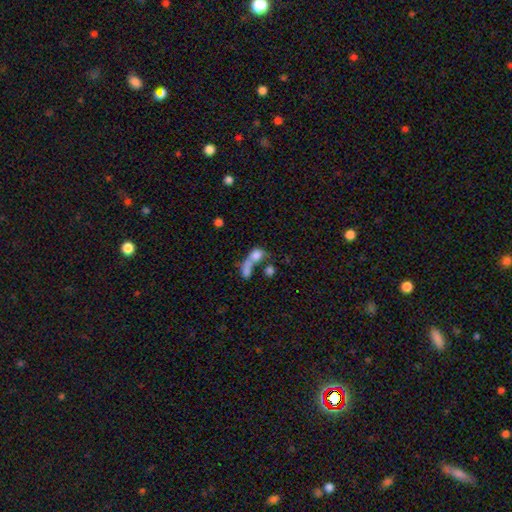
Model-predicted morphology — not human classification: Smooth or featured? smooth (69%)
How rounded? in between (54%)
Merging? merger (60%)